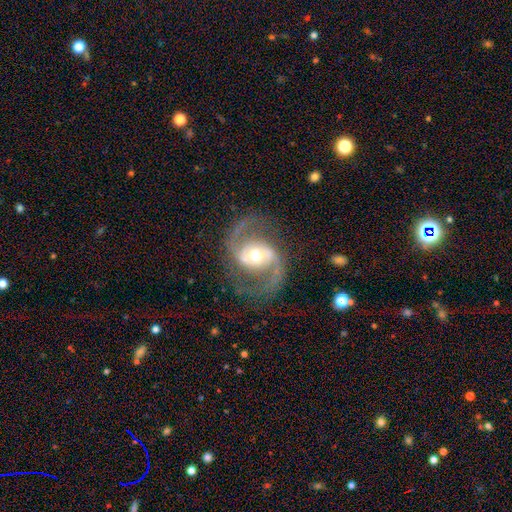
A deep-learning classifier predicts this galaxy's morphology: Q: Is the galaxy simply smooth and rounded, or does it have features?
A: featured or disk — 91%.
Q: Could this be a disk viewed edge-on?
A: no — 98%.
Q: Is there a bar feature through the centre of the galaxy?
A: no — 43%.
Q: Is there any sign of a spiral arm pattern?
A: yes — 97%.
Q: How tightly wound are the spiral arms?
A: medium — 60%.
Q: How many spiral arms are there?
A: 2 — 94%.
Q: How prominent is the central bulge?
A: moderate — 70%.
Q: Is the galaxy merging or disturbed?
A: none — 78%.